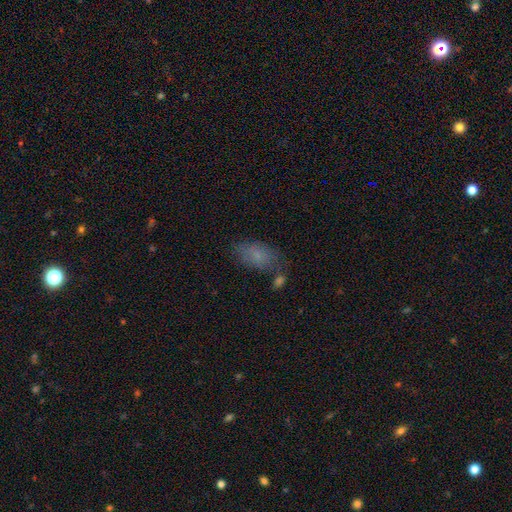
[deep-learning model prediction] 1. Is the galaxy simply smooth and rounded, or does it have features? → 73% smooth, 16% featured or disk, 12% star or artifact.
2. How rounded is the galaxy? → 90% in between, 6% round, 4% cigar-shaped.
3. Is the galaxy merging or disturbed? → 63% none, 20% minor disturbance, 10% merger, 7% major disturbance.